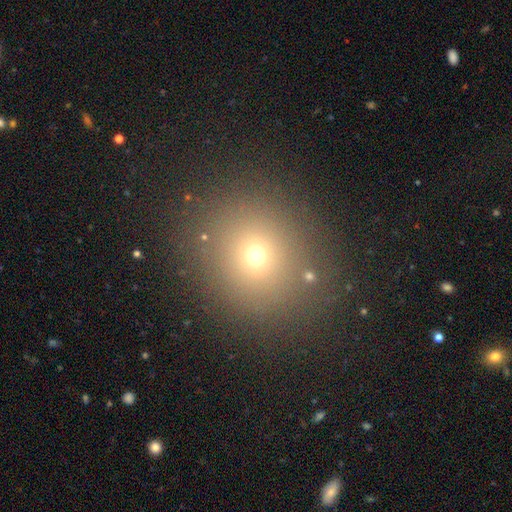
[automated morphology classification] smooth 65%, star or artifact 25%, featured or disk 9%. Down the decision tree: how rounded — round (80%); merging — none (85%).